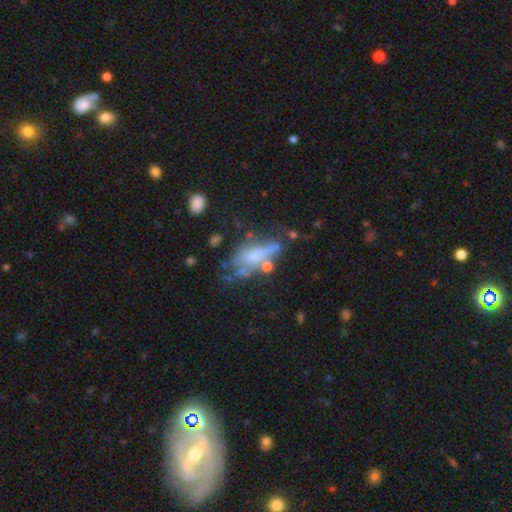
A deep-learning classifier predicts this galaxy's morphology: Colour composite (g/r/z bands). It shows a featured or disk galaxy (53%) viewed edge-on (50%, tied with no). Merging: none (42%).